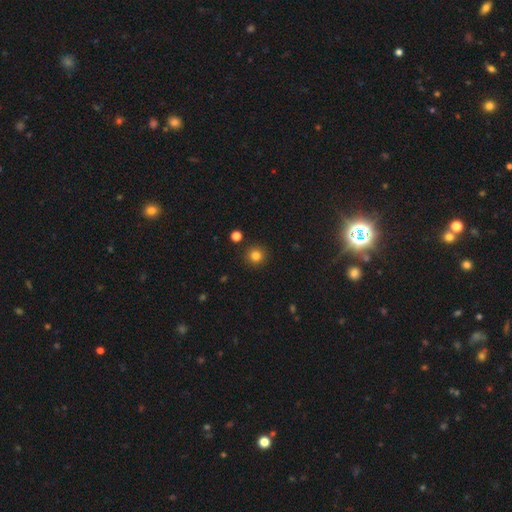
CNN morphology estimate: The model was most divided on "smooth or featured": smooth: 81%, star or artifact: 13%, featured or disk: 5%. More confident: how rounded — round (95%); merging — none (90%).